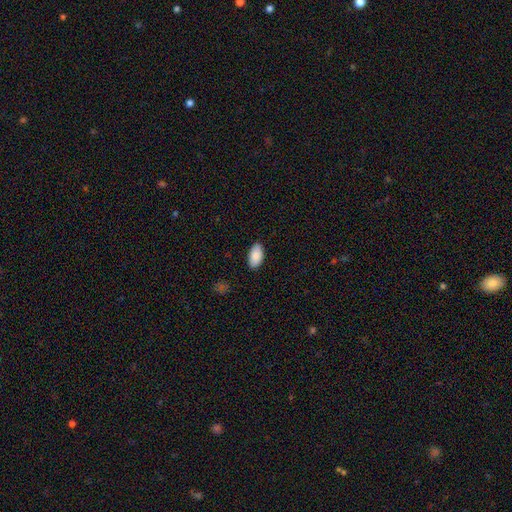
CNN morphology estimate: A smooth galaxy with no disk features (90%) that is in between round and cigar-shaped (95%). Merging: none (88%).